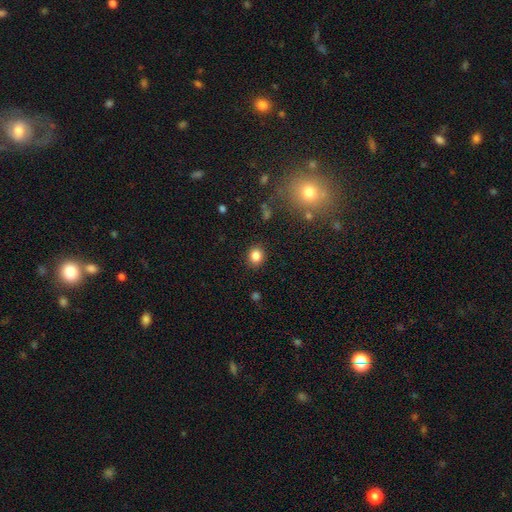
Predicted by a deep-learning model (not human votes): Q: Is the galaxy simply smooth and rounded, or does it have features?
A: smooth — 84%.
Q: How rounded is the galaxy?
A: round — 71%.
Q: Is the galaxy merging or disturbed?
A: none — 88%.